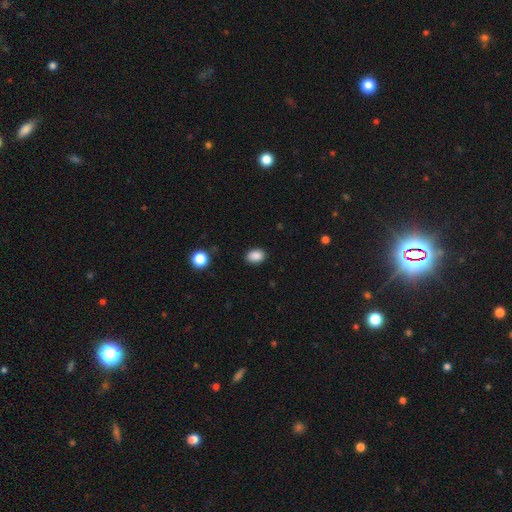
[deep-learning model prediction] Overall: smooth (88%). How rounded: in between (69%; round 30%). Merging: none (88%).